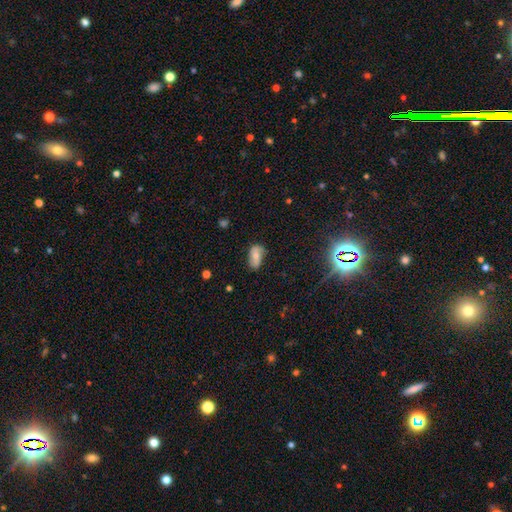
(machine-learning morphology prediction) Q: Smooth or featured?
A: smooth (50%); runner-up: featured or disk (40%)
Q: How rounded?
A: in between (90%); runner-up: round (5%)
Q: Merging?
A: none (66%); runner-up: minor disturbance (25%)